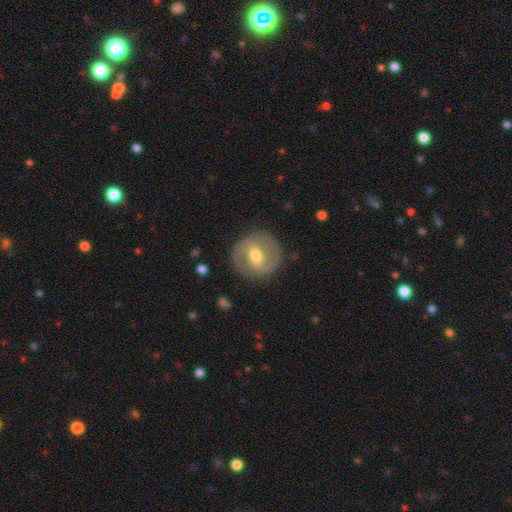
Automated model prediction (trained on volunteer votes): Smooth or featured? Predicted: featured or disk (p=0.63). Edge-on disk? Predicted: no (p=0.96). Bar? Predicted: weak (p=0.48). Spiral arms? Predicted: yes (p=0.68). Bulge size? Predicted: moderate (p=0.69). Merging? Predicted: none (p=0.84).